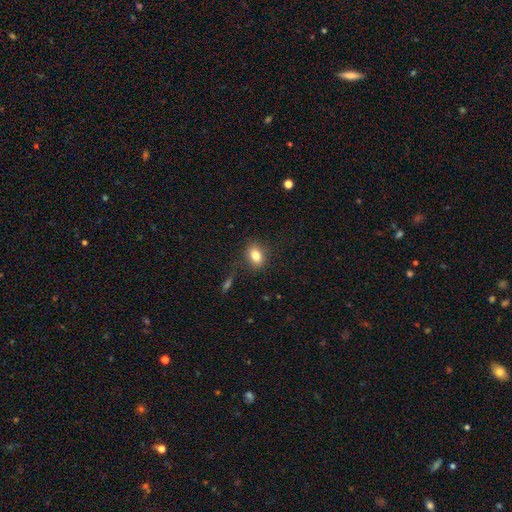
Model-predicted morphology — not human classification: Smooth or featured?
  - smooth: 81% *
  - star or artifact: 10%
  - featured or disk: 9%
How rounded?
  - in between: 73% *
  - round: 25%
  - cigar-shaped: 2%
Merging?
  - none: 83% *
  - minor disturbance: 12%
  - major disturbance: 4%
  - merger: 2%